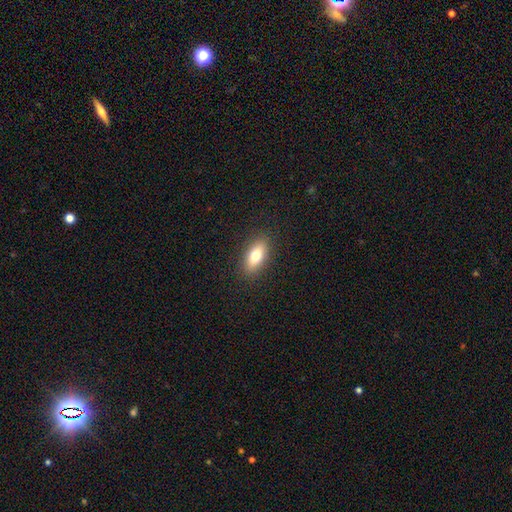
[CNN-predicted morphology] smooth-or-featured: smooth: 74% | featured or disk: 18% | star or artifact: 8%
  how-rounded: in between: 80% | cigar-shaped: 16% | round: 4%
  merging: none: 89% | minor disturbance: 8% | major disturbance: 2% | merger: 1%